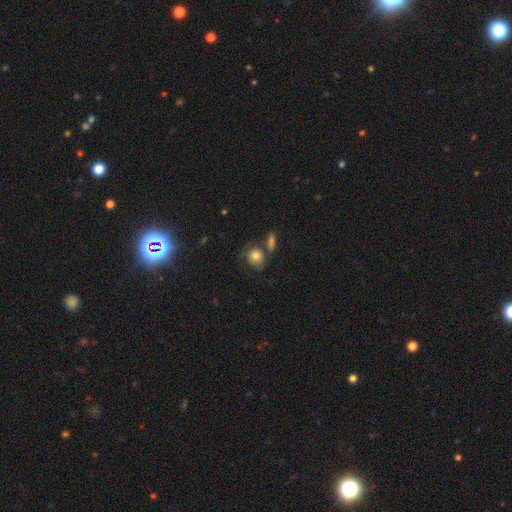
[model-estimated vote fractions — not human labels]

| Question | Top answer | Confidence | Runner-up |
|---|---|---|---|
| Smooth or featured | smooth | 73% | featured or disk (18%) |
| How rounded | round | 70% | in between (29%) |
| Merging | none | 51% | merger (22%) |